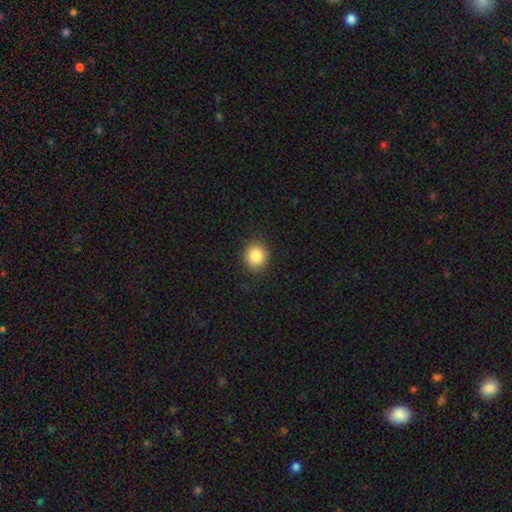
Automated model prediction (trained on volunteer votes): This appears to be a smooth galaxy with no disk features (86%) that is round (84%). Merging: none (89%).